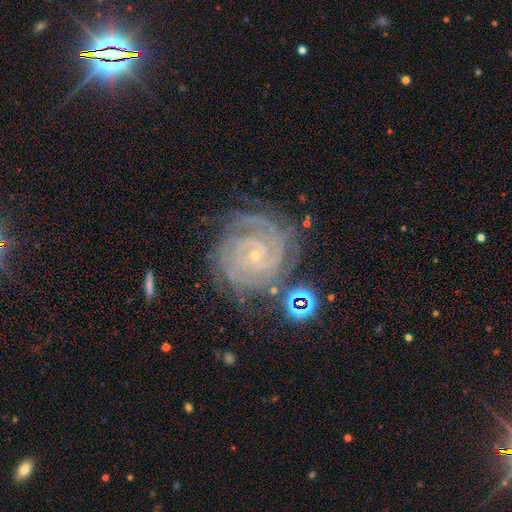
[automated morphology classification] Smooth or featured: featured or disk — 89% (star or artifact — 7%)
Edge-on disk: no — 98% (yes — 2%)
Bar: no — 66% (weak — 23%)
Spiral arms: yes — 98% (no — 2%)
Spiral winding: tight — 85% (medium — 13%)
Spiral arm count: 2 — 25% (3 — 23%)
Bulge size: small — 87% (moderate — 9%)
Merging: none — 73% (minor disturbance — 17%)